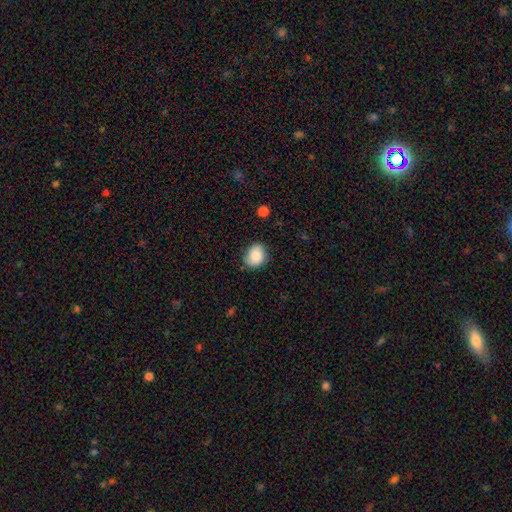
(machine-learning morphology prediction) Smooth or featured: smooth — 80% (featured or disk — 12%)
How rounded: round — 59% (in between — 40%)
Merging: none — 74% (minor disturbance — 20%)